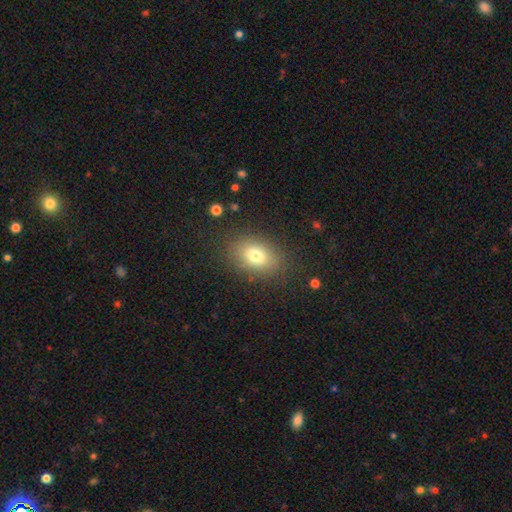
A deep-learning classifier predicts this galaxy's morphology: This is likely a smooth galaxy (76%). How rounded: likely in between (78%). Merging: clearly none (83%).